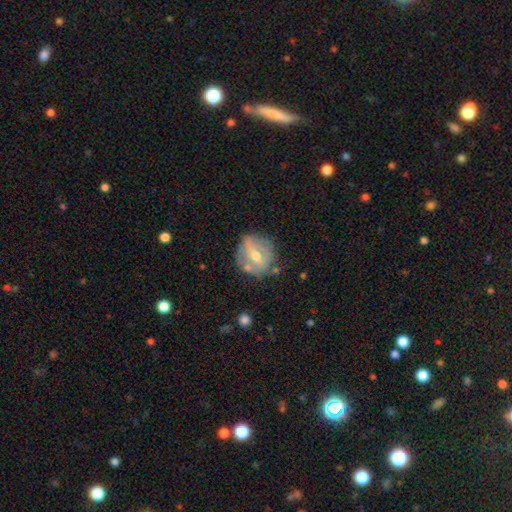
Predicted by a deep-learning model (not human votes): Smooth or featured? Predicted: featured or disk (p=0.62). Edge-on disk? Predicted: no (p=0.91). Bar? Predicted: weak (p=0.39, tied with strong). Spiral arms? Predicted: no (p=0.66). Bulge size? Predicted: moderate (p=0.68). Merging? Predicted: none (p=0.67).